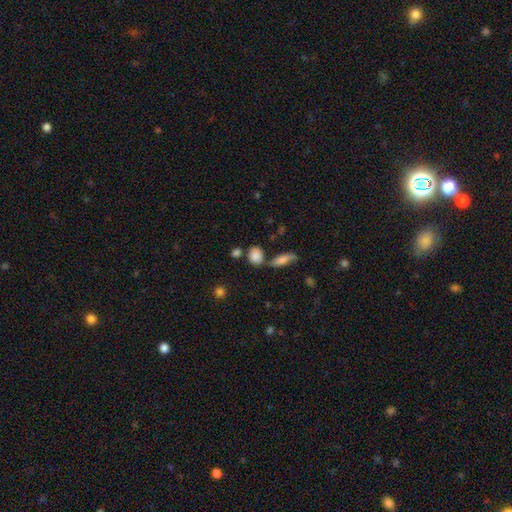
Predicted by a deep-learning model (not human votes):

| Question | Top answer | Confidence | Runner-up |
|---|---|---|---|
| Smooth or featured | smooth | 84% | star or artifact (9%) |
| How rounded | round | 53% | in between (44%) |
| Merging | none | 61% | merger (21%) |